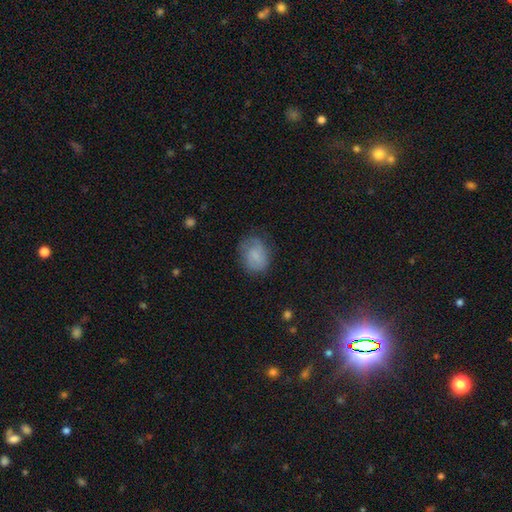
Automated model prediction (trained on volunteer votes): Q: Smooth or featured?
A: smooth (72%); runner-up: featured or disk (19%)
Q: How rounded?
A: in between (55%); runner-up: round (44%)
Q: Merging?
A: none (66%); runner-up: minor disturbance (24%)